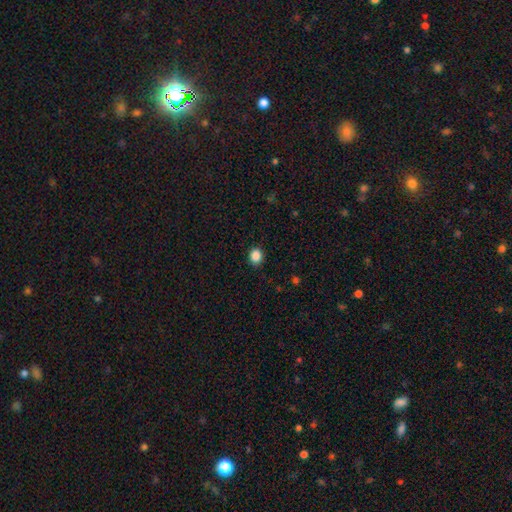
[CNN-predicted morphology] Smooth or featured? Predicted: smooth (p=0.87). How rounded? Predicted: round (p=0.66). Merging? Predicted: none (p=0.90).